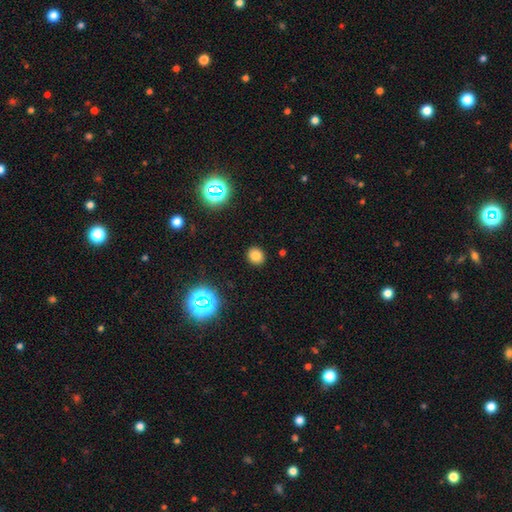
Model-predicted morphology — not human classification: Smooth or featured? Predicted: smooth (p=0.77). How rounded? Predicted: round (p=0.75). Merging? Predicted: none (p=0.90).